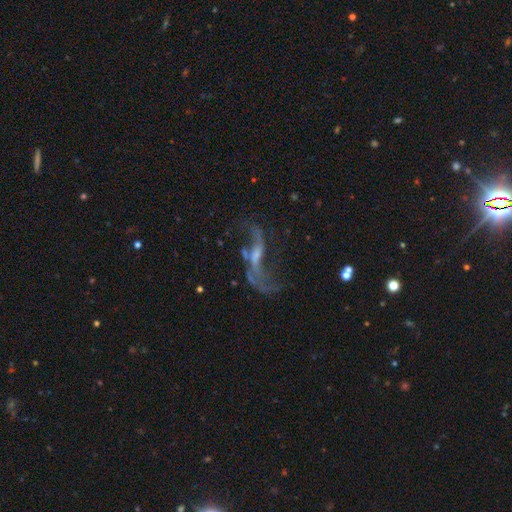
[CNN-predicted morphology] Overall: featured or disk (84%). Edge-on disk: no (91%). Bar: weak (44%; no 30%). Spiral arms: yes (88%). Spiral arm count: 2 (88%). Spiral winding: loose (89%). Bulge size: small (44%; moderate 27%). Merging: none (47%; major disturbance 28%).